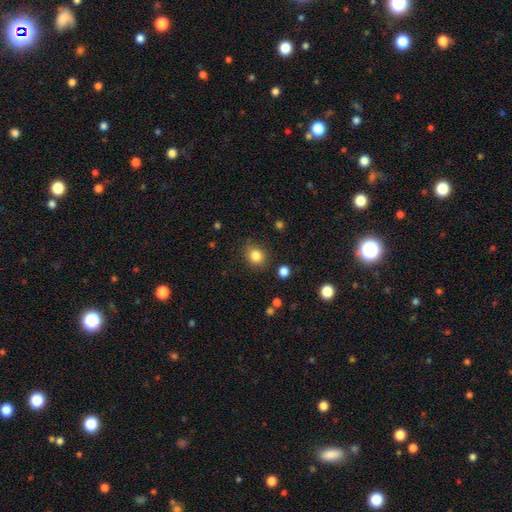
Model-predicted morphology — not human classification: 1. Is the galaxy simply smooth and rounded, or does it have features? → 84% smooth, 11% star or artifact, 5% featured or disk.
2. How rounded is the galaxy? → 78% round, 21% in between, 1% cigar-shaped.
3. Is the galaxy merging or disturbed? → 80% none, 14% minor disturbance, 4% major disturbance, 3% merger.